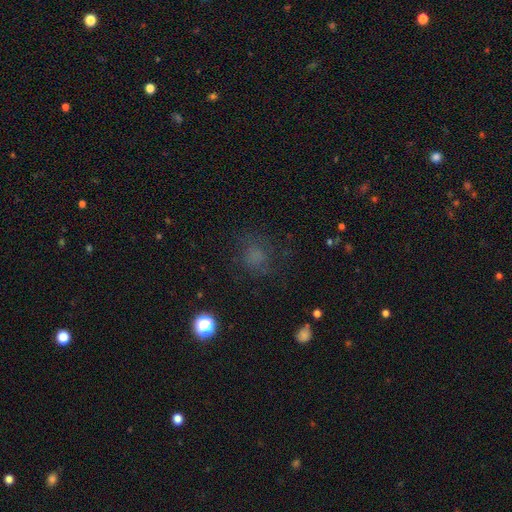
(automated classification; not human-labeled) smooth 60%, star or artifact 25%, featured or disk 15%. Down the decision tree: how rounded — round (78%); merging — none (69%).